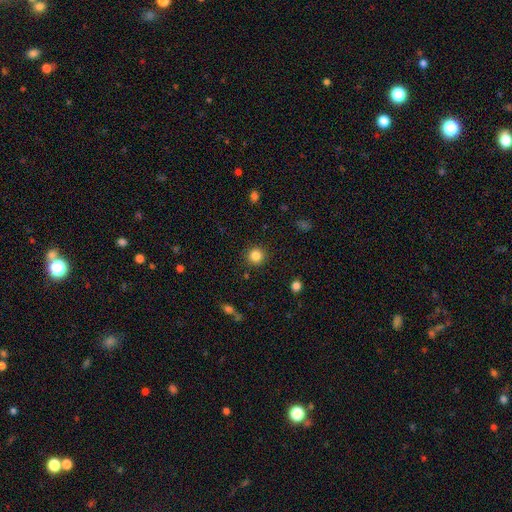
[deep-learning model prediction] Smooth or featured? Predicted: smooth (p=0.84). How rounded? Predicted: round (p=0.94). Merging? Predicted: none (p=0.91).